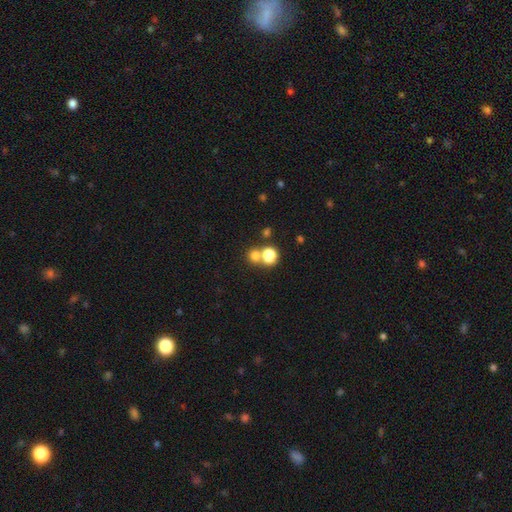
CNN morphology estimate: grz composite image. It shows a smooth galaxy with no disk features (73%) that is round (85%). Merging: none (56%).